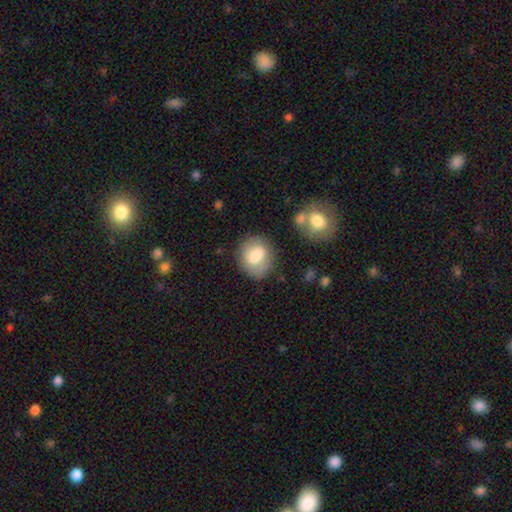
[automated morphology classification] A smooth galaxy with no disk features (70%) that is round (57%). Merging: none (75%).